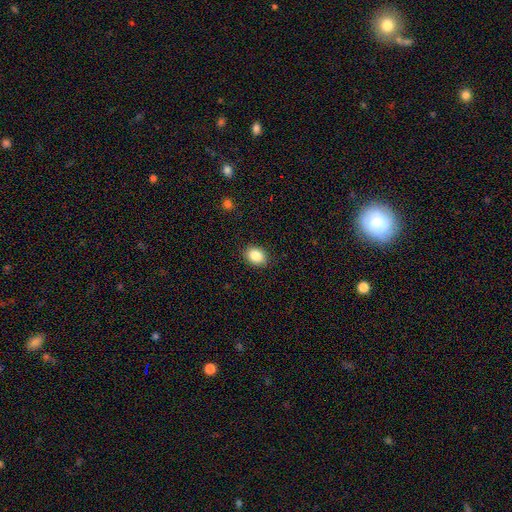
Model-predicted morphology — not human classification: Smooth or featured?
  - smooth: 88% *
  - star or artifact: 8%
  - featured or disk: 4%
How rounded?
  - in between: 68% *
  - round: 31%
  - cigar-shaped: 1%
Merging?
  - none: 88% *
  - minor disturbance: 8%
  - major disturbance: 2%
  - merger: 1%